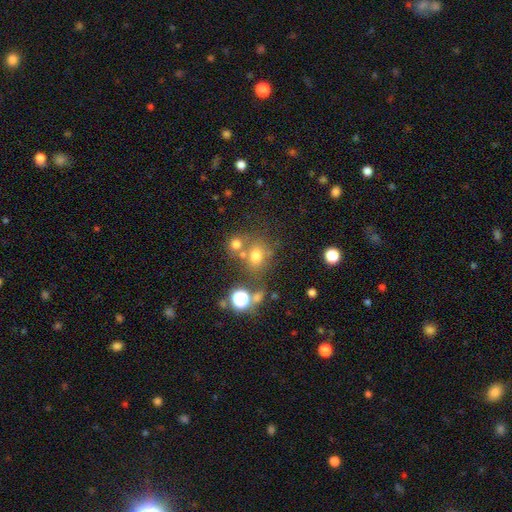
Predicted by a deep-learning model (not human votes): Morphology: type=smooth (65%); roundness=round (65%); merging=none (56%).